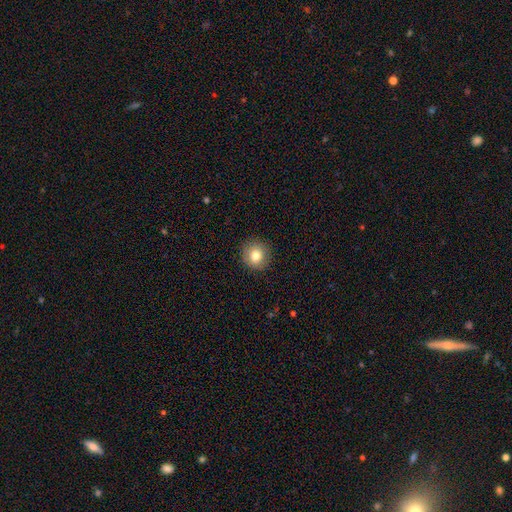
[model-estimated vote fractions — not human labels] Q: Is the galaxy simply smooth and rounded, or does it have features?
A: smooth — 80%.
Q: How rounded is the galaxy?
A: round — 93%.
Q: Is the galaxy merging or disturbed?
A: none — 91%.